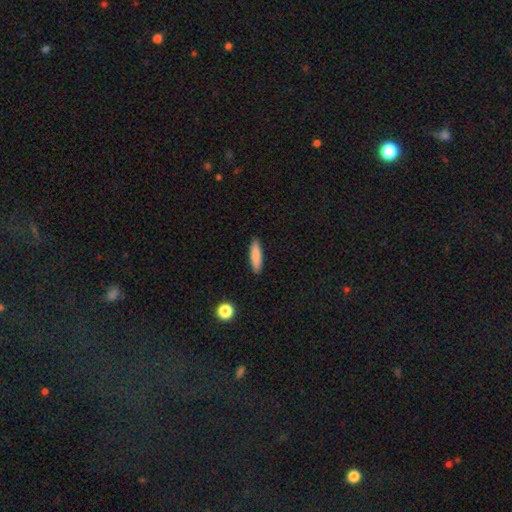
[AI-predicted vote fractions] Smooth or featured? smooth (84%)
How rounded? cigar-shaped (73%)
Merging? none (90%)